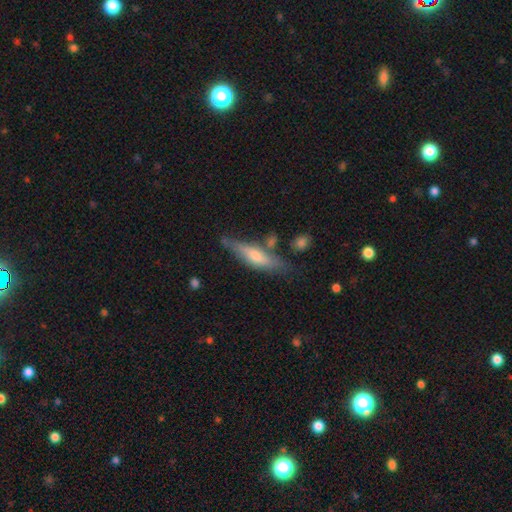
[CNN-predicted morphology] A featured or disk galaxy (47%, tied with smooth).

Vote fractions:
- Smooth or featured? featured or disk: 47% (tied) / smooth: 47% (tied) / star or artifact: 6%
- Merging? none: 68% / minor disturbance: 19% / merger: 7% / major disturbance: 5%